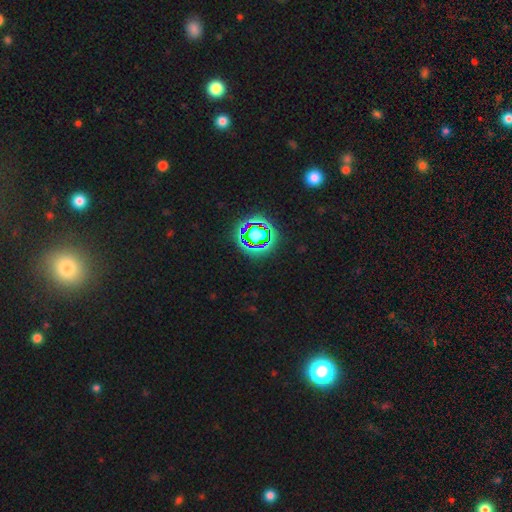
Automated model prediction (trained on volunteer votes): This is likely a star or artifact rather than a galaxy (75%).